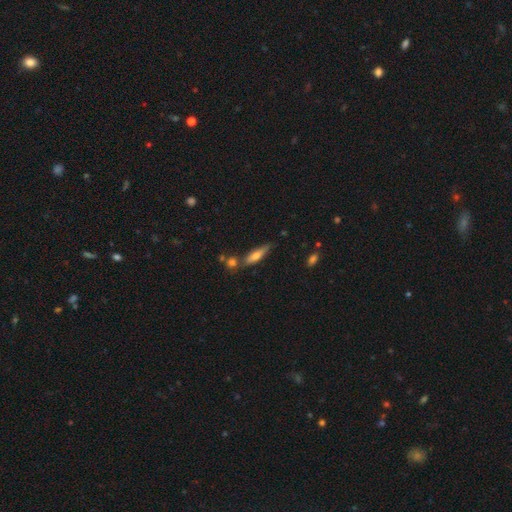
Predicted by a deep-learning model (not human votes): Morphology: type=smooth (53%); roundness=cigar-shaped (70%); merging=none (64%).